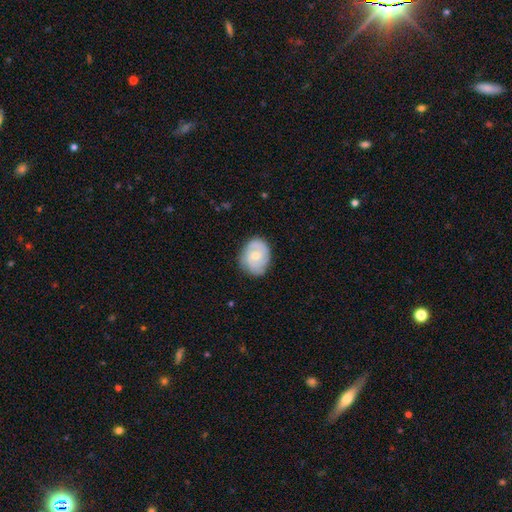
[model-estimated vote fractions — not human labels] Smooth or featured? featured or disk (61%)
Edge-on disk? no (97%)
Bar? no (65%)
Spiral arms? yes (85%)
Spiral winding? tight (48%)
Spiral arm count? 2 (48%)
Bulge size? small (49%)
Merging? none (75%)